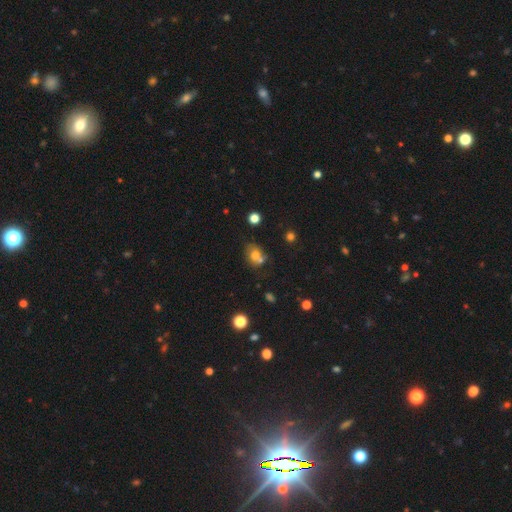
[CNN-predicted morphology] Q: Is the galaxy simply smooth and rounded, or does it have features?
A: smooth — 68%.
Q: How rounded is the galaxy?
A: round — 56%.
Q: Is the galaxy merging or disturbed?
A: none — 44%.